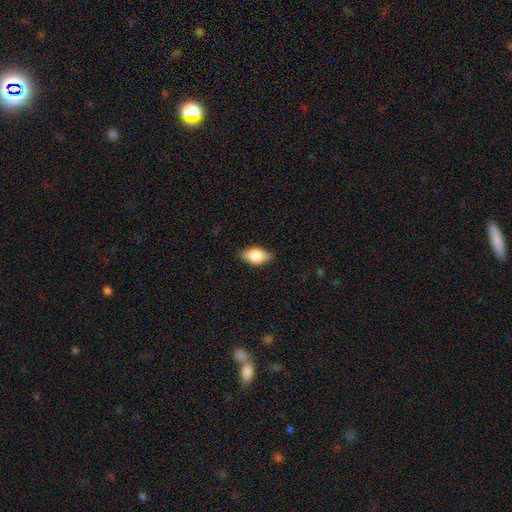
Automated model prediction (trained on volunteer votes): Smooth or featured?
  - smooth: 74% *
  - featured or disk: 18%
  - star or artifact: 7%
How rounded?
  - in between: 88% *
  - round: 7%
  - cigar-shaped: 5%
Merging?
  - none: 81% *
  - minor disturbance: 15%
  - major disturbance: 3%
  - merger: 1%